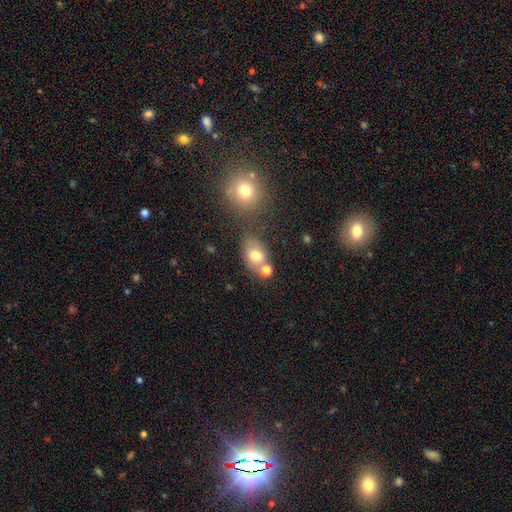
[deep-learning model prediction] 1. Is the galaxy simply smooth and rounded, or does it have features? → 72% smooth, 16% featured or disk, 12% star or artifact.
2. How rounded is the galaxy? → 65% in between, 34% round, 2% cigar-shaped.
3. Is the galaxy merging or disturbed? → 53% none, 28% merger, 14% minor disturbance, 5% major disturbance.